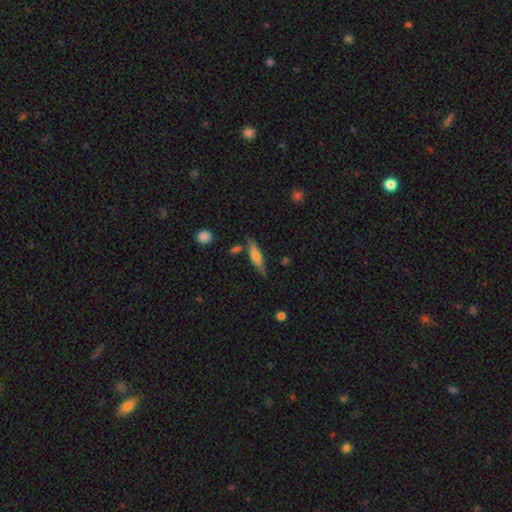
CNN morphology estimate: Smooth or featured: smooth — 49% (featured or disk — 44%)
Merging: none — 76% (minor disturbance — 15%)